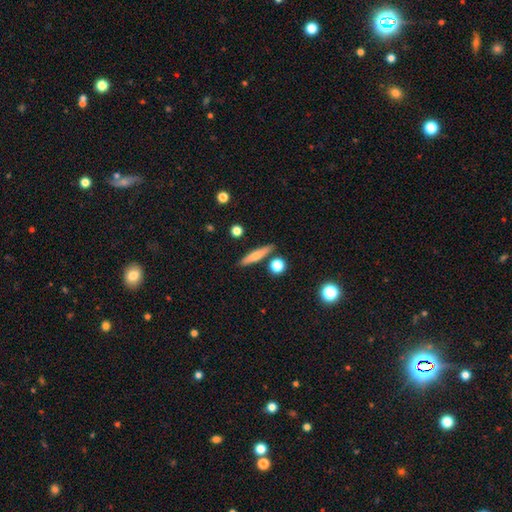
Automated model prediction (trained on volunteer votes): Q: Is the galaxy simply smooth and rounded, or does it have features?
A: smooth — 65%.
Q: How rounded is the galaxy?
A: cigar-shaped — 84%.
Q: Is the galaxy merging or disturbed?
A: none — 84%.